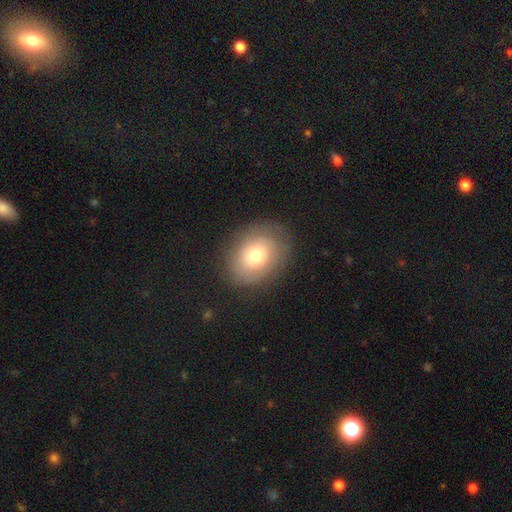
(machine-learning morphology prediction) Smooth or featured? Predicted: smooth (p=0.64). How rounded? Predicted: in between (p=0.62). Merging? Predicted: none (p=0.82).